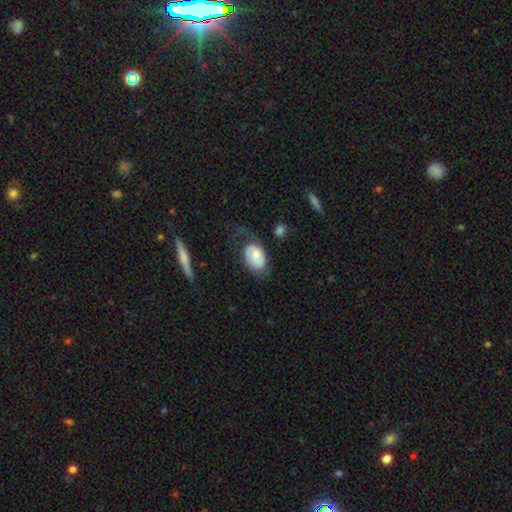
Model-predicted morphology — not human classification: Smooth or featured? Predicted: smooth (p=0.47). Merging? Predicted: none (p=0.40).